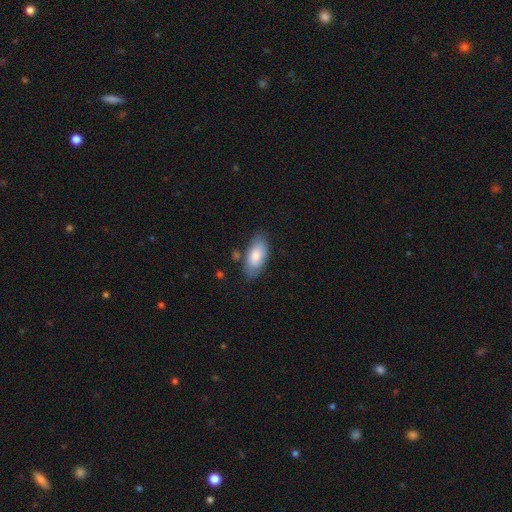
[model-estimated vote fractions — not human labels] smooth_or_featured: smooth (p=0.79) [alt: featured or disk p=0.16]
how_rounded: in between (p=0.92) [alt: cigar-shaped p=0.06]
merging: none (p=0.71) [alt: minor disturbance p=0.21]